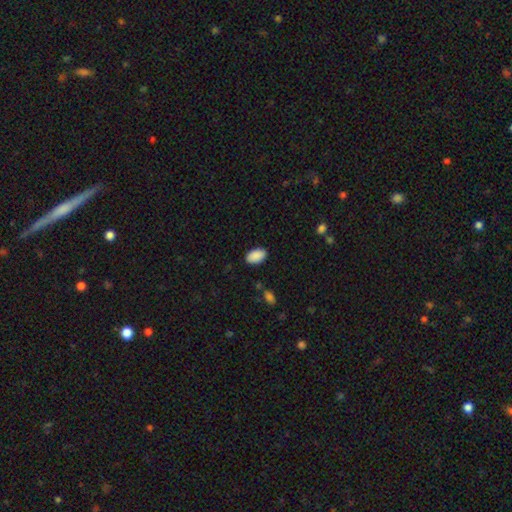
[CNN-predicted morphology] Q: Smooth or featured?
A: smooth (90%); runner-up: star or artifact (7%)
Q: How rounded?
A: in between (93%); runner-up: round (6%)
Q: Merging?
A: none (88%); runner-up: minor disturbance (9%)